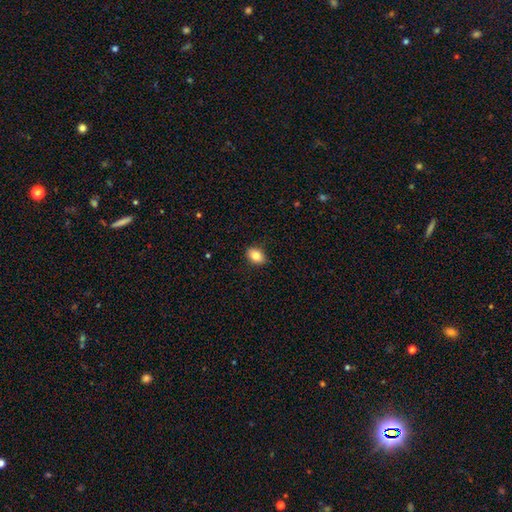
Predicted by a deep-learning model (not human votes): Overall: smooth (83%). How rounded: in between (79%). Merging: none (88%).